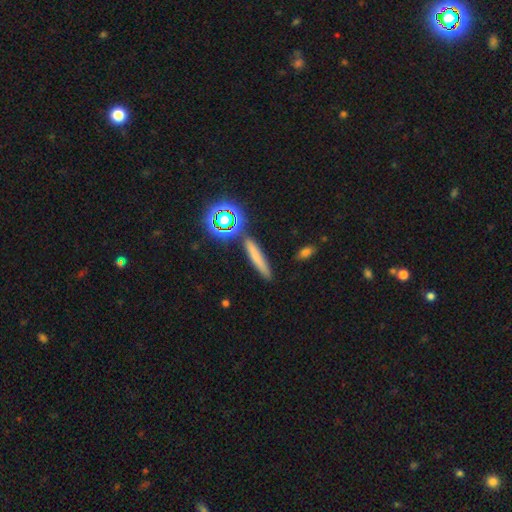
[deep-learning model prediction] smooth 67%, star or artifact 17%, featured or disk 17%. Down the decision tree: how rounded — cigar-shaped (84%); merging — none (83%).